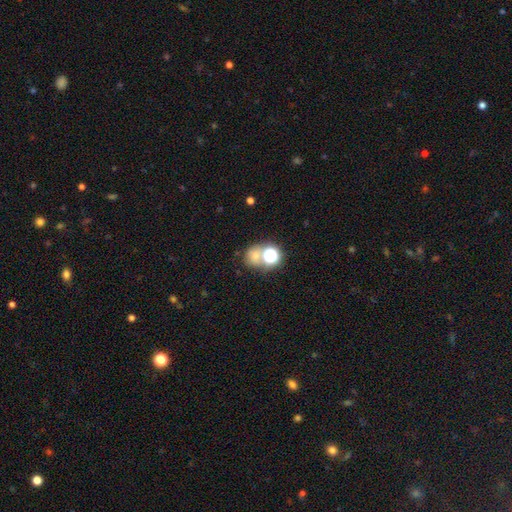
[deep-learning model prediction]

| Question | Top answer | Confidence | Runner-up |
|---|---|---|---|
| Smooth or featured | smooth | 61% | star or artifact (26%) |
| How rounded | round | 73% | in between (26%) |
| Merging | none | 47% | merger (37%) |